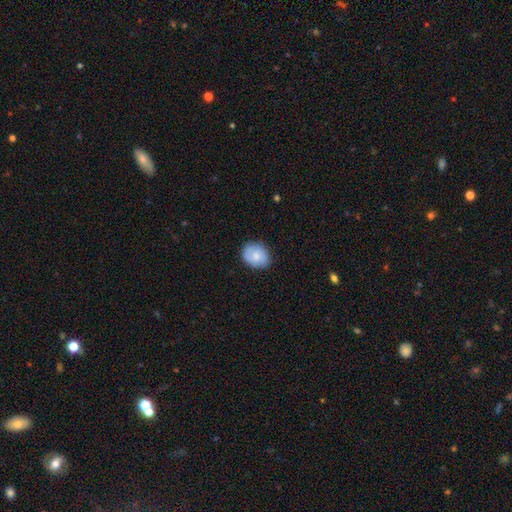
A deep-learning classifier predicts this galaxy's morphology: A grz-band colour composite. It shows a smooth galaxy with no disk features (72%) that is round (53%). Merging: none (79%).